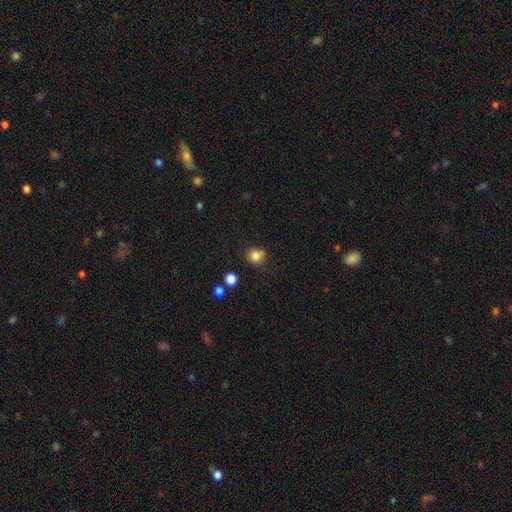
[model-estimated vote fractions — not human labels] The model was most divided on "merging": none: 73%, minor disturbance: 14%, merger: 9%, major disturbance: 4%. More confident: how rounded — round (85%); smooth or featured — smooth (82%).